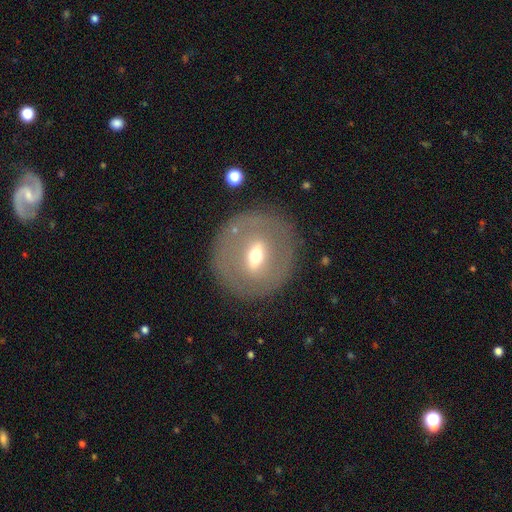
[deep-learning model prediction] This appears to be a featured or disk galaxy (62%) with a strong bar (42%), no spiral arms (86%) and a moderate central bulge (62%). Merging: none (84%).